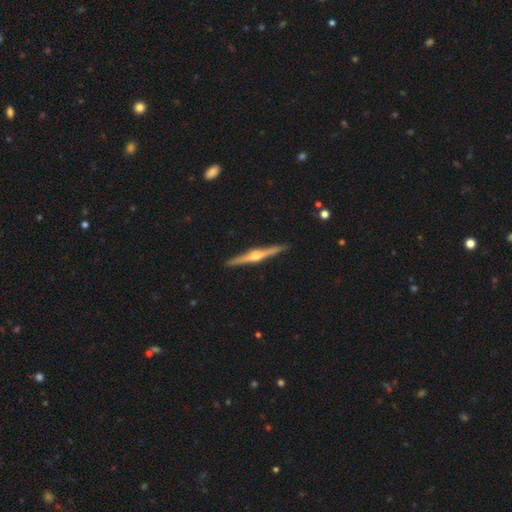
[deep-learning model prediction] A featured or disk galaxy (84%) viewed edge-on (99%) with a rounded central bulge (93%).

Vote fractions:
- Smooth or featured? featured or disk: 84% / smooth: 12% / star or artifact: 5%
- Edge-on disk? yes: 99% / no: 1%
- Edge-on bulge? rounded: 93% / boxy: 4% / none: 3%
- Merging? none: 92% / minor disturbance: 6% / major disturbance: 1% / merger: 1%